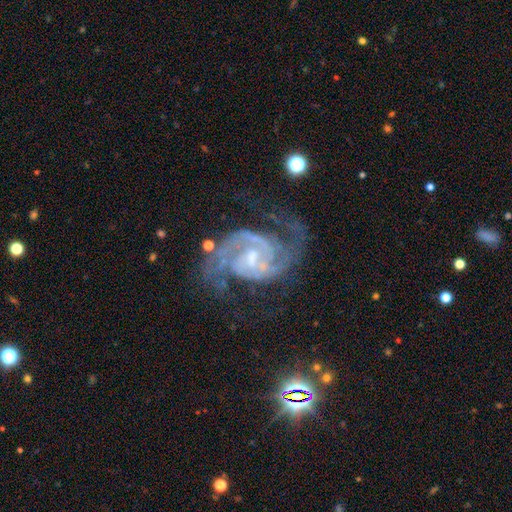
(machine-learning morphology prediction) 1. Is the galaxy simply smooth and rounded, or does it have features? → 91% featured or disk, 6% star or artifact, 3% smooth.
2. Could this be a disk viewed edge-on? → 98% no, 2% yes.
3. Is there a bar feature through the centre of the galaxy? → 48% weak, 36% no, 16% strong.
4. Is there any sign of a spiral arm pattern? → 98% yes, 2% no.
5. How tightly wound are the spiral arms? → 52% medium, 38% tight, 10% loose.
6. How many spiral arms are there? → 83% 2, 6% 3, 4% can't tell, 2% 4, 2% 1, 2% more than 4.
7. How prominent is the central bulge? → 57% small, 36% moderate, 4% none, 2% large, 1% dominant.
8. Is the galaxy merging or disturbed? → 67% none, 18% minor disturbance, 12% major disturbance, 2% merger.